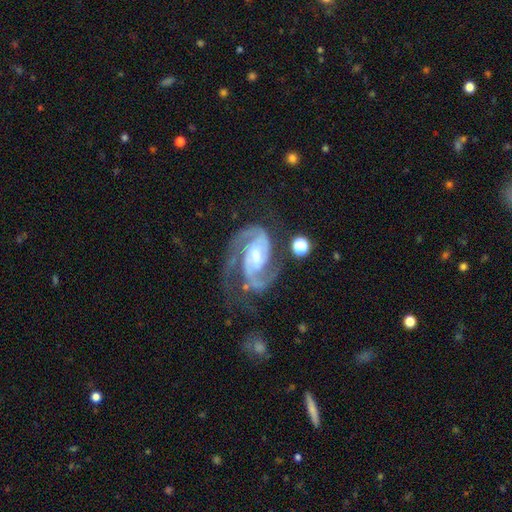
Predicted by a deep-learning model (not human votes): A featured or disk galaxy (92%) with a weak bar (46%), 2 (79%) medium (48%) spiral arms (98%) and a small central bulge (48%).

Vote fractions:
- Smooth or featured? featured or disk: 92% / star or artifact: 4% / smooth: 3%
- Edge-on disk? no: 98% / yes: 2%
- Bar? weak: 46% / strong: 28% / no: 26%
- Spiral arms? yes: 98% / no: 2%
- Spiral winding? medium: 48% / tight: 45% / loose: 7%
- Spiral arm count? 2: 79% / 3: 11% / can't tell: 4% / 1: 3% / 4: 2% / more than 4: 2%
- Bulge size? small: 48% / moderate: 44% / large: 4% / none: 3% / dominant: 1%
- Merging? none: 58% / minor disturbance: 20% / major disturbance: 17% / merger: 4%